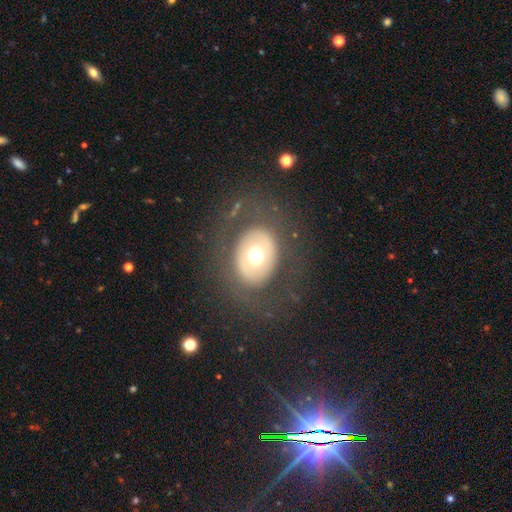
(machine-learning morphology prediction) The model was most divided on "smooth or featured": smooth: 51%, featured or disk: 39%, star or artifact: 10%. More confident: merging — none (77%); how rounded — in between (56%).